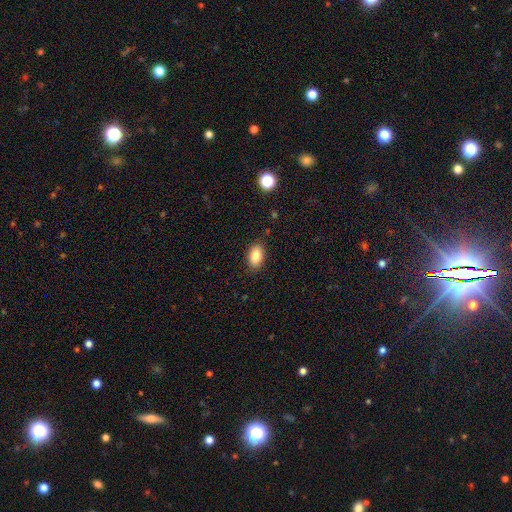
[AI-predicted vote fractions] The model was most divided on "merging": none: 86%, minor disturbance: 11%, major disturbance: 3%, merger: 1%. More confident: how rounded — in between (91%); smooth or featured — smooth (86%).